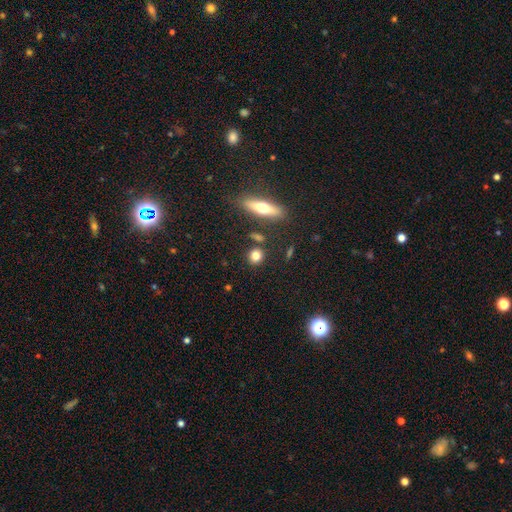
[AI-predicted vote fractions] Smooth or featured: smooth — 79% (featured or disk — 11%)
How rounded: round — 75% (in between — 21%)
Merging: none — 81% (minor disturbance — 9%)